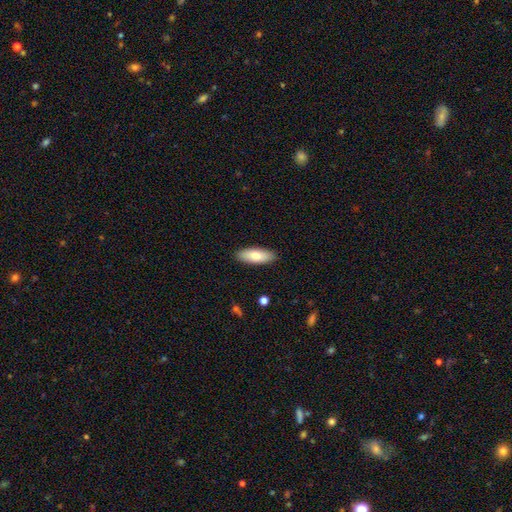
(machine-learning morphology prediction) Smooth or featured? smooth (78%)
How rounded? in between (72%)
Merging? none (89%)